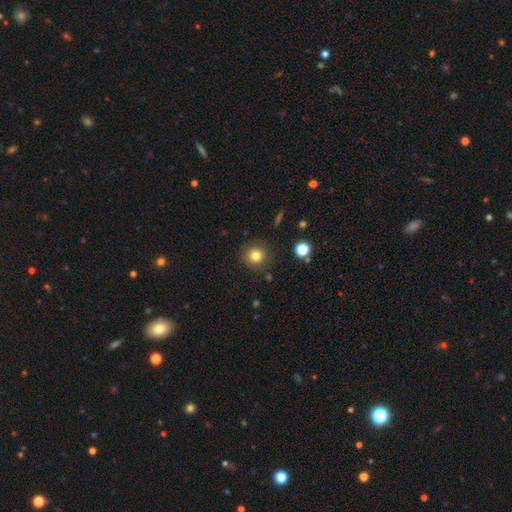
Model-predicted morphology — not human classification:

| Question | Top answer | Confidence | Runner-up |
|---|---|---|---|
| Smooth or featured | smooth | 81% | star or artifact (12%) |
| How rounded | round | 91% | in between (8%) |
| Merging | none | 87% | minor disturbance (8%) |